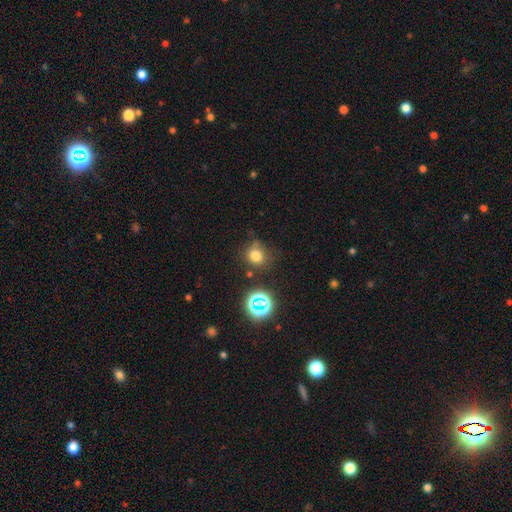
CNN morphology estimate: This is likely a smooth galaxy (74%). How rounded: likely round (79%). Merging: likely none (67%).